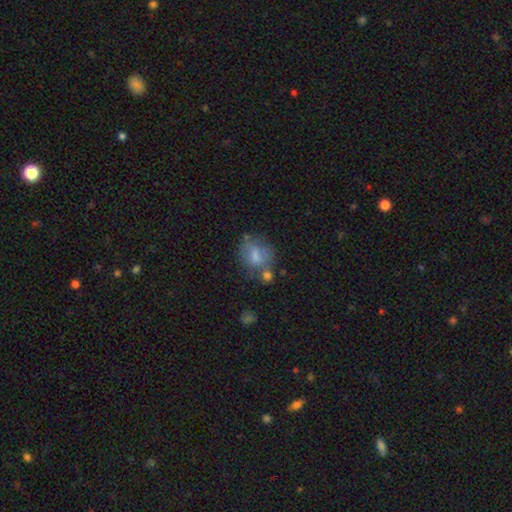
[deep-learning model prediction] A smooth galaxy with no disk features (65%) that is round (50%). Merging: none (42%).